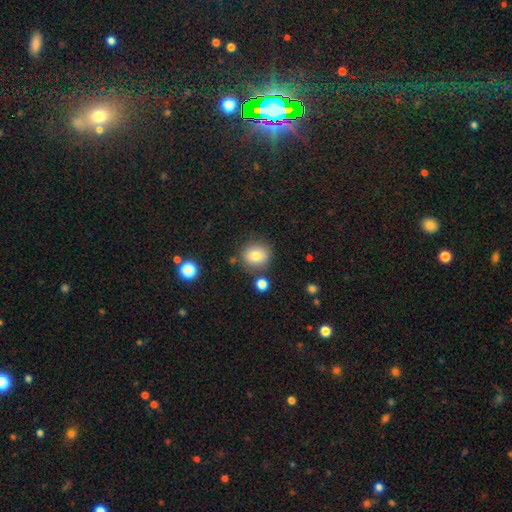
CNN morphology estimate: A smooth galaxy with no disk features (79%) that is round (83%).

Vote fractions:
- Smooth or featured? smooth: 79% / star or artifact: 11% / featured or disk: 10%
- How rounded? round: 83% / in between: 16% / cigar-shaped: 1%
- Merging? none: 80% / minor disturbance: 10% / merger: 6% / major disturbance: 3%